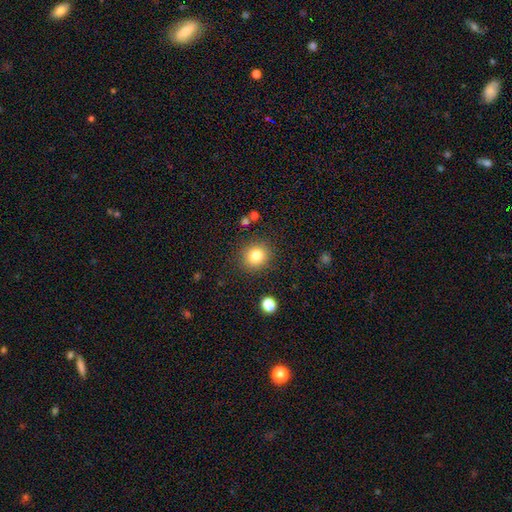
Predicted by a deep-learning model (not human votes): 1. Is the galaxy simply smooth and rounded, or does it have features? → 82% smooth, 11% star or artifact, 7% featured or disk.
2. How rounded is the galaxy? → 85% round, 14% in between, 1% cigar-shaped.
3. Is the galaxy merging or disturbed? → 86% none, 8% minor disturbance, 3% major disturbance, 3% merger.